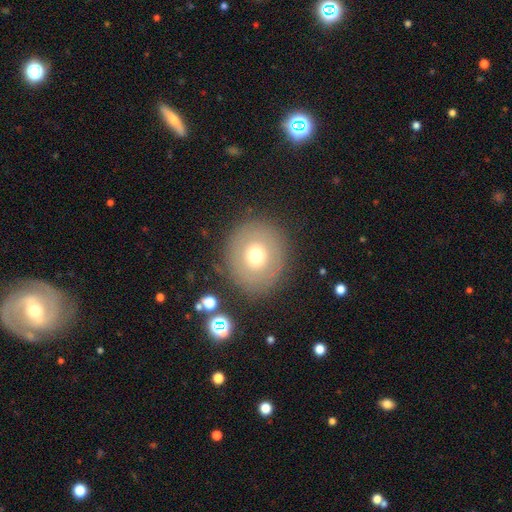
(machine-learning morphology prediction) Smooth or featured? Predicted: smooth (p=0.65). How rounded? Predicted: round (p=0.88). Merging? Predicted: none (p=0.84).